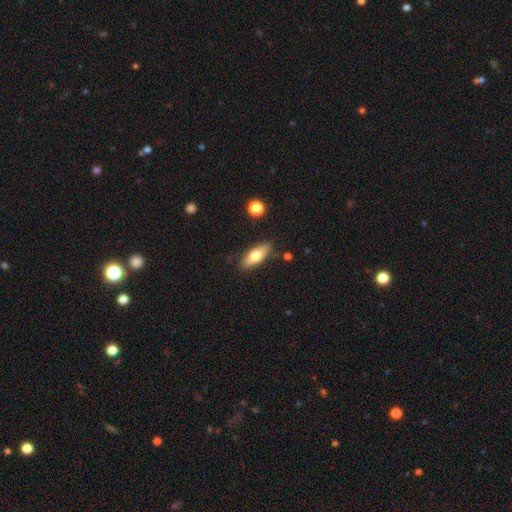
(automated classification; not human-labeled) smooth_or_featured: smooth (p=0.71) [alt: featured or disk p=0.23]
how_rounded: in between (p=0.73) [alt: cigar-shaped p=0.24]
merging: none (p=0.83) [alt: minor disturbance p=0.12]